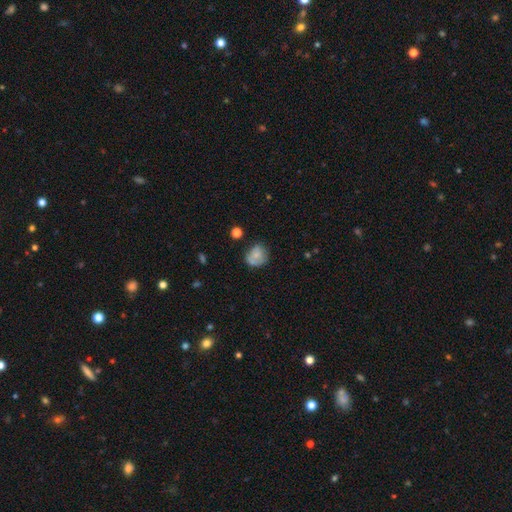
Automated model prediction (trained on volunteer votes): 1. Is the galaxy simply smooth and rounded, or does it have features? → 68% smooth, 22% featured or disk, 10% star or artifact.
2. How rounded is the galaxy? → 71% round, 28% in between, 1% cigar-shaped.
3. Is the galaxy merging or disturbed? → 53% none, 26% minor disturbance, 11% major disturbance, 11% merger.